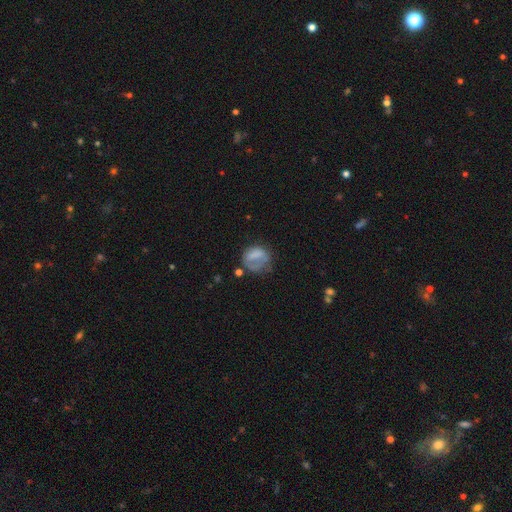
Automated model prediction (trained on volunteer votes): Smooth or featured?
  - smooth: 62% *
  - featured or disk: 27%
  - star or artifact: 11%
How rounded?
  - round: 61% *
  - in between: 38%
  - cigar-shaped: 1%
Merging?
  - none: 35% *
  - major disturbance: 34%
  - minor disturbance: 26%
  - merger: 5%